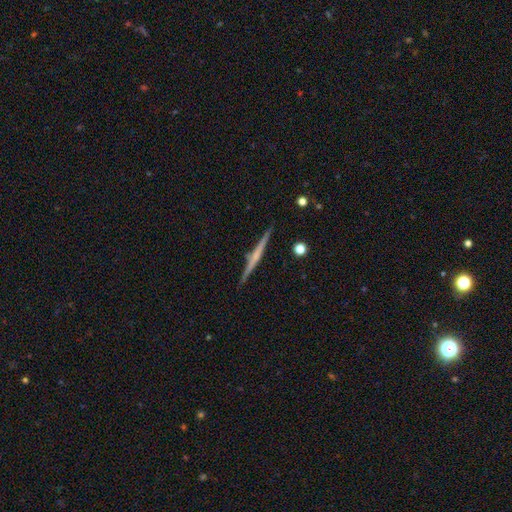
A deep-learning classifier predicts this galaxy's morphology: Smooth or featured?
  - featured or disk: 69% *
  - smooth: 25%
  - star or artifact: 6%
Edge-on disk?
  - yes: 98% *
  - no: 2%
Edge-on bulge?
  - none: 48% *
  - rounded: 38%
  - boxy: 13%
Merging?
  - none: 91% *
  - minor disturbance: 7%
  - merger: 2%
  - major disturbance: 1%